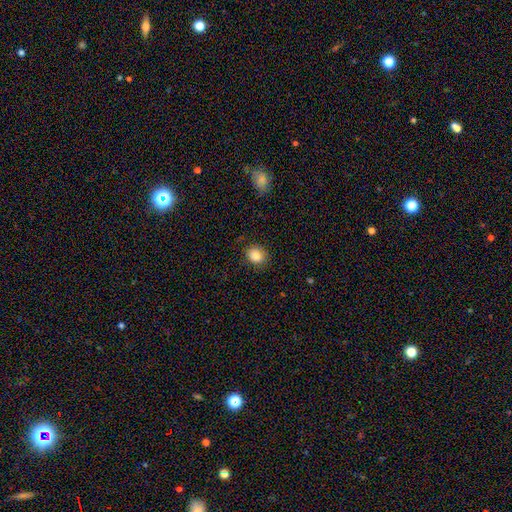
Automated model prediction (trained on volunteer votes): smooth_or_featured: smooth (p=0.85) [alt: star or artifact p=0.09]
how_rounded: round (p=0.65) [alt: in between p=0.34]
merging: none (p=0.85) [alt: minor disturbance p=0.11]